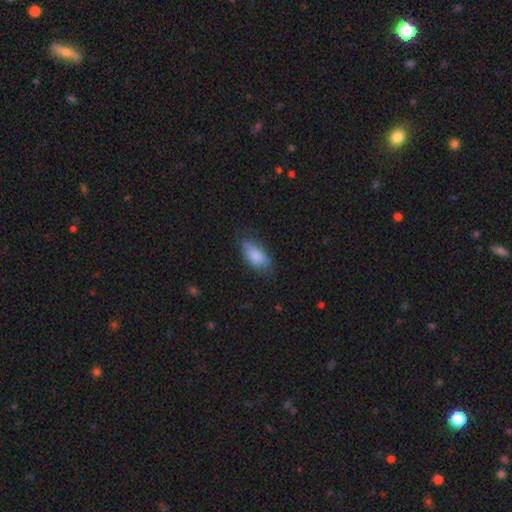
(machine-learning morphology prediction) type=smooth (83%); roundness=in between (87%); merging=none (70%).